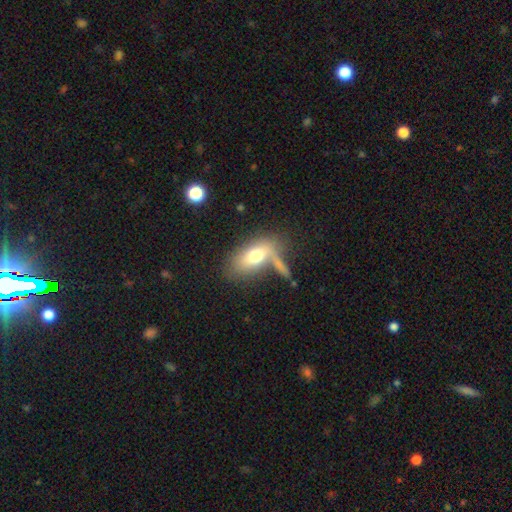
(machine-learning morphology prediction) Q: Smooth or featured?
A: smooth (69%); runner-up: featured or disk (23%)
Q: How rounded?
A: in between (86%); runner-up: round (8%)
Q: Merging?
A: none (42%); runner-up: merger (25%)